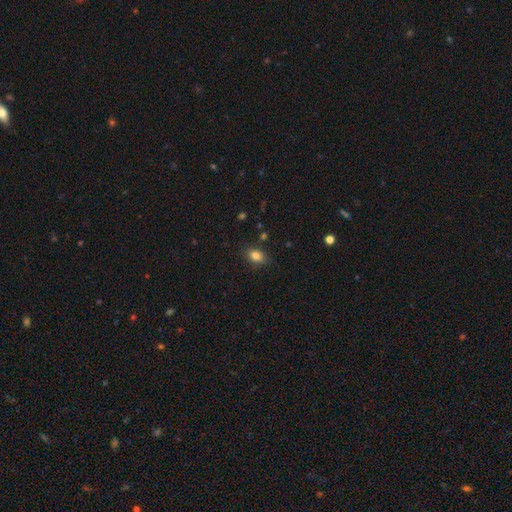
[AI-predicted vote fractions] The model was most divided on "how rounded": in between: 80%, round: 17%, cigar-shaped: 2%. More confident: smooth or featured — smooth (83%); merging — none (82%).